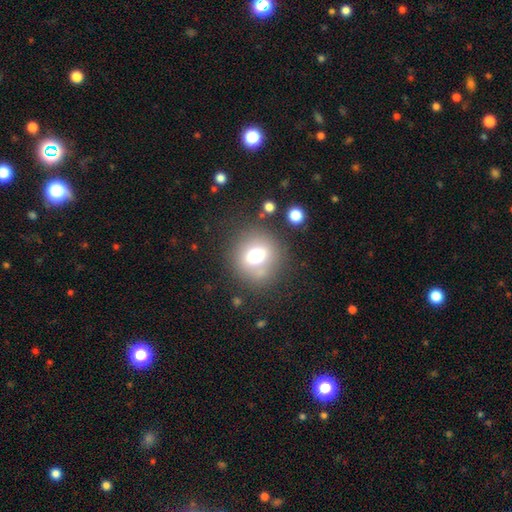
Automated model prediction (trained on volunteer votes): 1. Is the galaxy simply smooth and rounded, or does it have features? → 66% smooth, 18% featured or disk, 16% star or artifact.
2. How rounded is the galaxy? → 77% round, 21% in between, 1% cigar-shaped.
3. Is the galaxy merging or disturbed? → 73% none, 13% minor disturbance, 7% merger, 7% major disturbance.